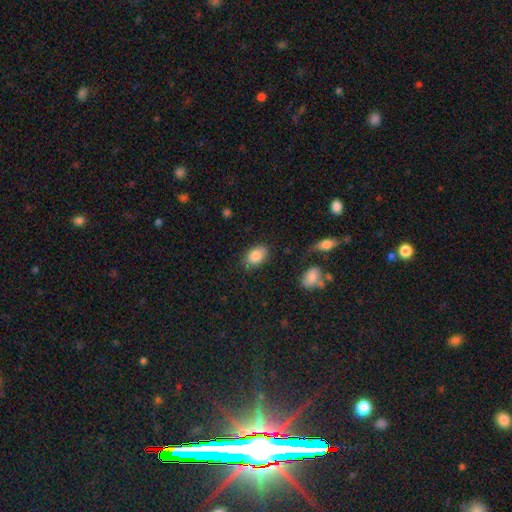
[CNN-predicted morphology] A smooth galaxy with no disk features (85%) that is in between round and cigar-shaped (87%). Merging: none (82%).